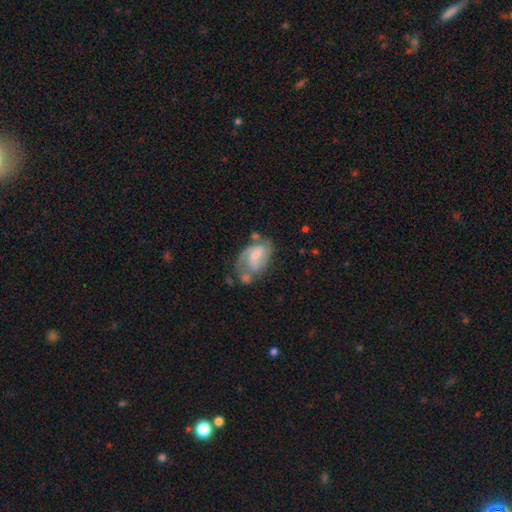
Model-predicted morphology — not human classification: A featured or disk galaxy (70%) with a weak bar (53%), 2 (60%) medium (47%) spiral arms (85%) and a small central bulge (45%). Merging: none (38%).